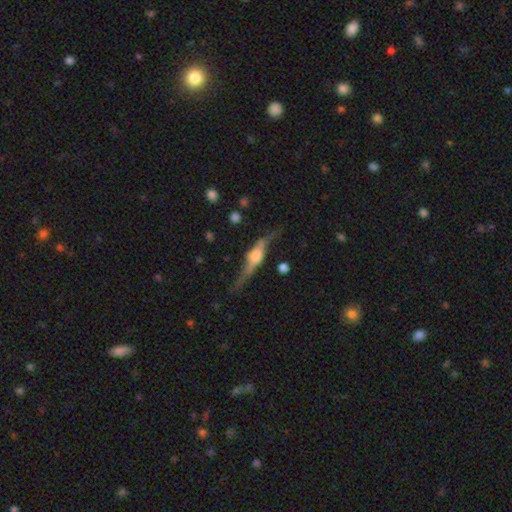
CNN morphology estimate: A featured or disk galaxy (79%) viewed edge-on (93%) with a rounded central bulge (81%). Merging: none (70%).